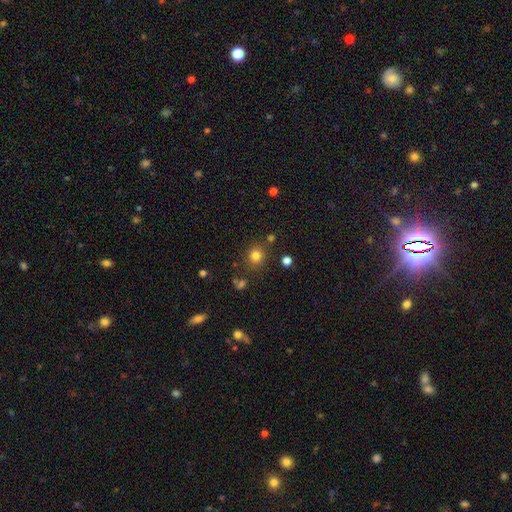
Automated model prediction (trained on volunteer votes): smooth 80%, star or artifact 14%, featured or disk 6%. Down the decision tree: how rounded — round (82%); merging — none (83%).